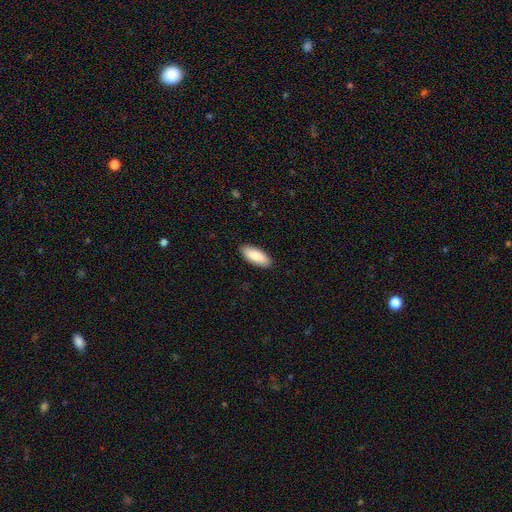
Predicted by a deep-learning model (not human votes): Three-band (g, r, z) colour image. It shows a smooth galaxy with no disk features (85%) that is in between round and cigar-shaped (81%). Merging: none (89%).